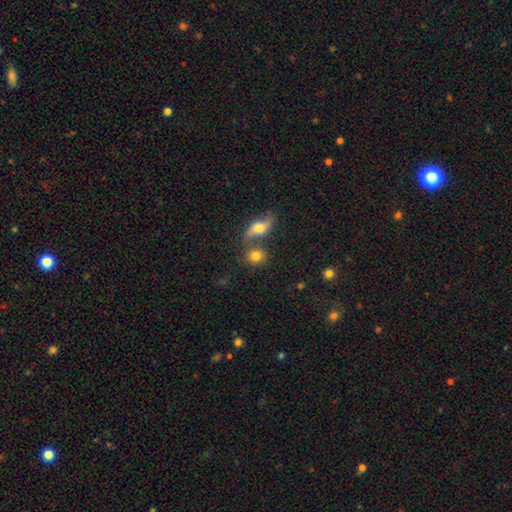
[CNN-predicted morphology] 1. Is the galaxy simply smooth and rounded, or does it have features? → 78% smooth, 12% featured or disk, 10% star or artifact.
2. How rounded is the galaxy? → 71% round, 25% in between, 3% cigar-shaped.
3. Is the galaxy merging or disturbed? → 56% none, 29% merger, 10% minor disturbance, 4% major disturbance.